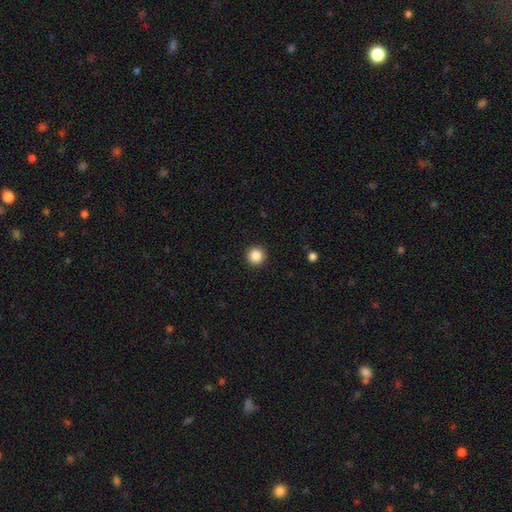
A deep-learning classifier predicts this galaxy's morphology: smooth 86%, star or artifact 10%, featured or disk 4%. Down the decision tree: how rounded — round (96%); merging — none (93%).